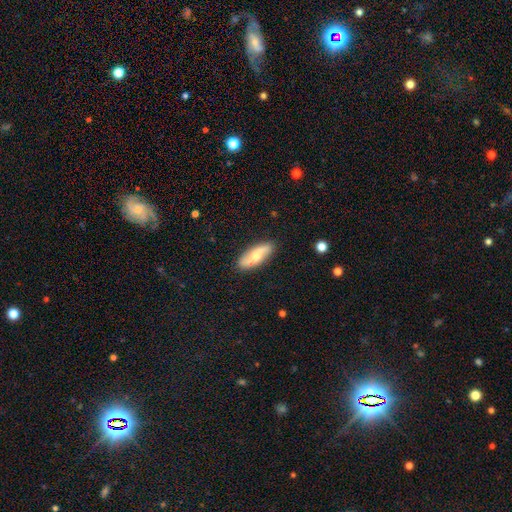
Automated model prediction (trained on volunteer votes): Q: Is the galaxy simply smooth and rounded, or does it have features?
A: featured or disk — 59%.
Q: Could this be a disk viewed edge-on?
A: no — 84%.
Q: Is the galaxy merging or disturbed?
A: none — 84%.